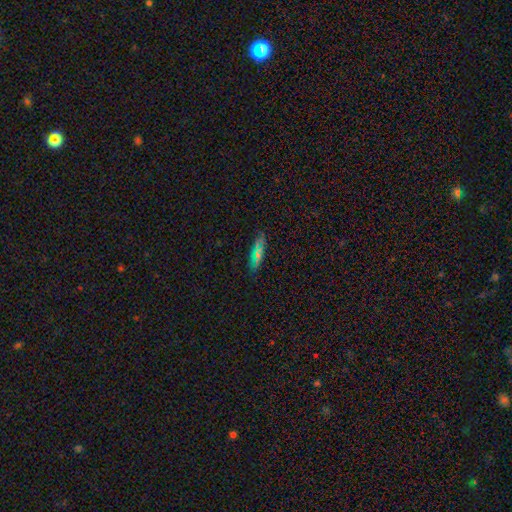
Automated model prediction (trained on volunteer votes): Morphology: type=smooth (58%); roundness=in between (69%); merging=none (86%).